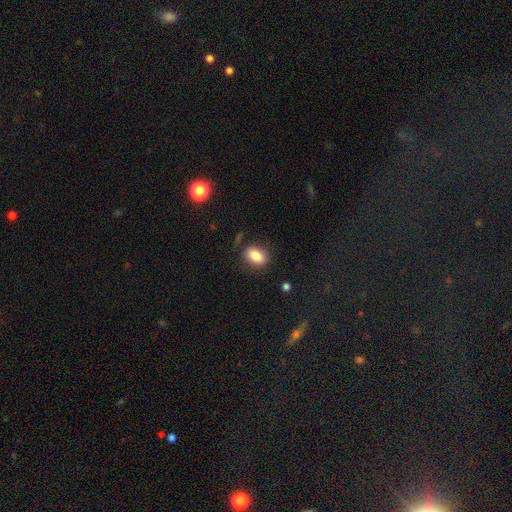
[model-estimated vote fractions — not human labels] This is clearly a smooth galaxy (84%). How rounded: likely in between (78%). Merging: clearly none (82%).